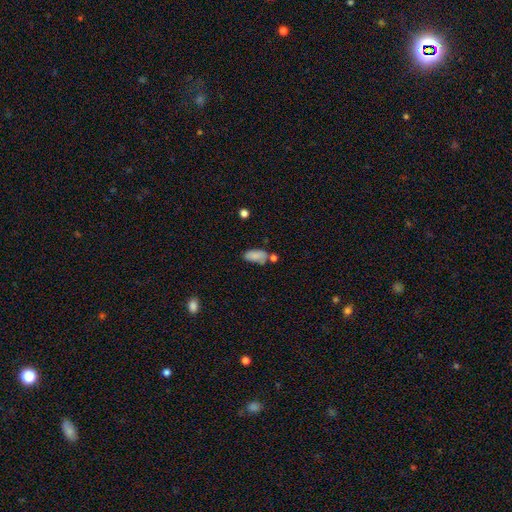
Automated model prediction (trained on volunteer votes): smooth 82%, featured or disk 9%, star or artifact 9%. Down the decision tree: how rounded — in between (90%); merging — none (52%).